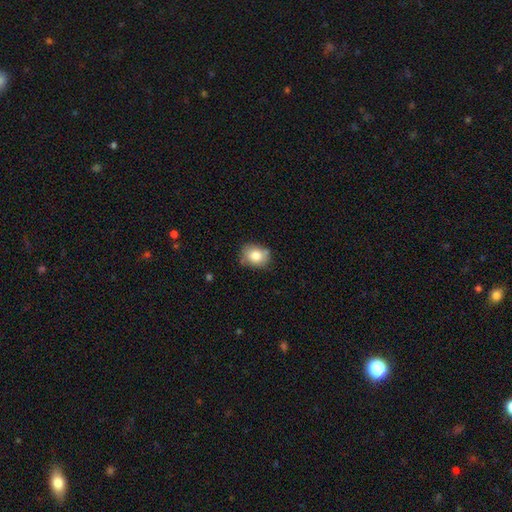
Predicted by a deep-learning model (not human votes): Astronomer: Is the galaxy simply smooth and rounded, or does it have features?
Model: smooth — 79%.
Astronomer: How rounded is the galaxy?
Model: round — 52% (runner-up: in between, 47%).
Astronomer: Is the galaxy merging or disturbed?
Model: none — 71%.